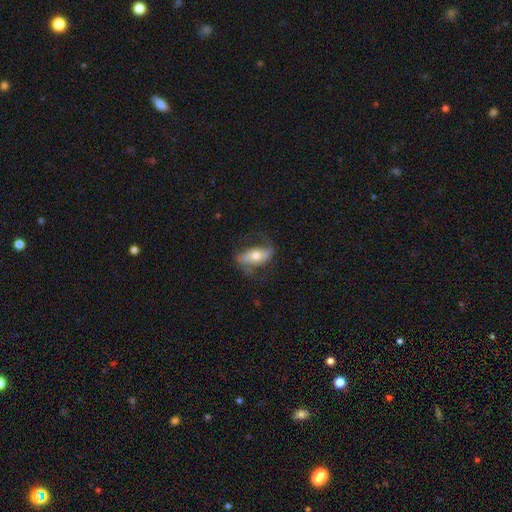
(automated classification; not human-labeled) Smooth or featured? featured or disk (53%)
Edge-on disk? no (78%)
Merging? none (63%)